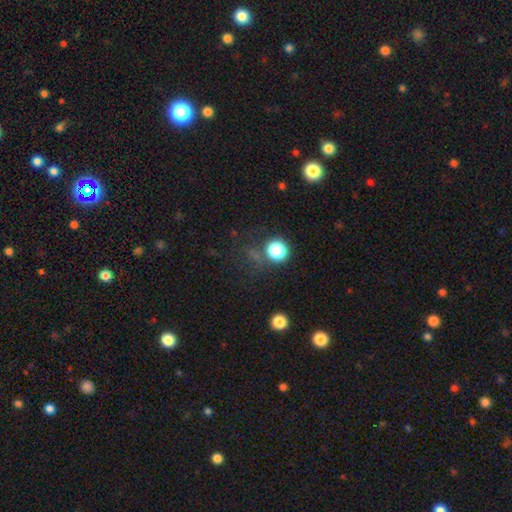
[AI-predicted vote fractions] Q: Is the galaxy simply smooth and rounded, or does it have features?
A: smooth — 54%.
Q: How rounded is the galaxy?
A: round — 89%.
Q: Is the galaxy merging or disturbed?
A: none — 76%.